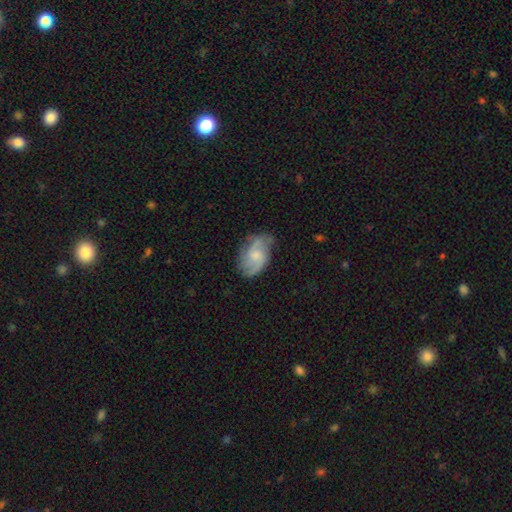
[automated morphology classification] Q: Smooth or featured?
A: featured or disk (66%); runner-up: smooth (27%)
Q: Edge-on disk?
A: no (97%); runner-up: yes (3%)
Q: Bar?
A: no (63%); runner-up: weak (33%)
Q: Spiral arms?
A: yes (91%); runner-up: no (9%)
Q: Spiral winding?
A: medium (47%); runner-up: loose (31%)
Q: Spiral arm count?
A: 2 (57%); runner-up: can't tell (18%)
Q: Bulge size?
A: small (48%); runner-up: moderate (35%)
Q: Merging?
A: none (66%); runner-up: minor disturbance (24%)